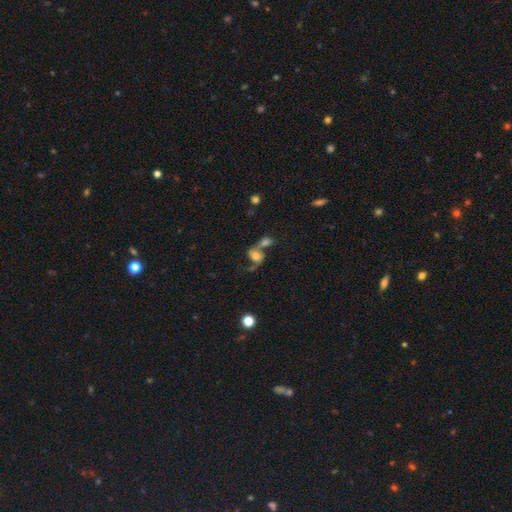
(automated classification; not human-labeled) Morphology: type=smooth (48%); merging=merger (52%).